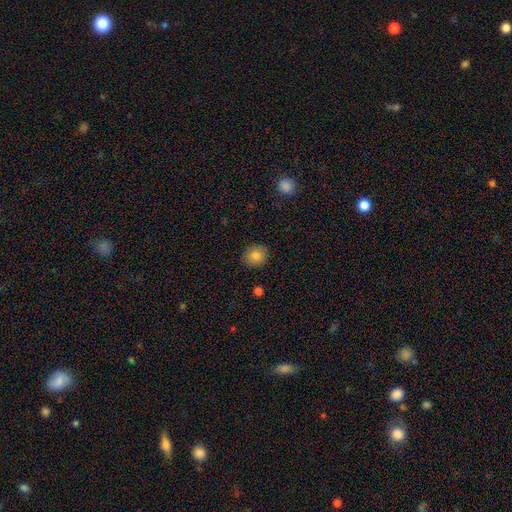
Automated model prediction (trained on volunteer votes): smooth-or-featured: smooth: 83% | star or artifact: 9% | featured or disk: 8%
  how-rounded: round: 80% | in between: 19% | cigar-shaped: 1%
  merging: none: 89% | minor disturbance: 8% | major disturbance: 2% | merger: 1%